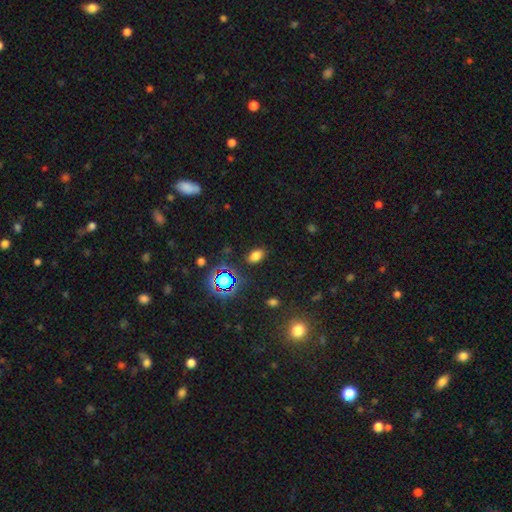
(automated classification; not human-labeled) smooth-or-featured: smooth: 74% | star or artifact: 19% | featured or disk: 6%
  how-rounded: in between: 86% | round: 12% | cigar-shaped: 2%
  merging: none: 86% | minor disturbance: 9% | major disturbance: 3% | merger: 2%